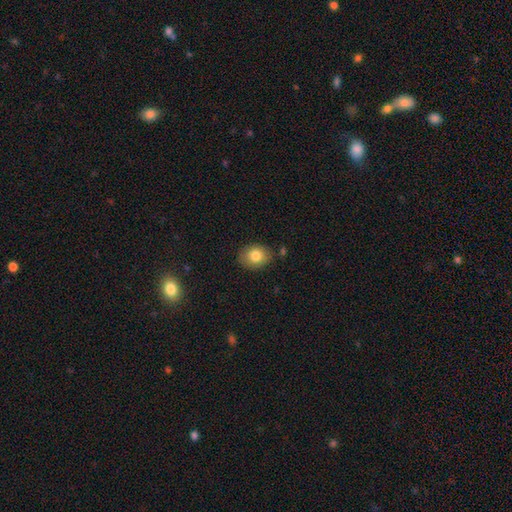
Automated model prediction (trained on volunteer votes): Smooth or featured: smooth — 82% (featured or disk — 10%)
How rounded: in between — 55% (round — 44%)
Merging: none — 82% (minor disturbance — 12%)